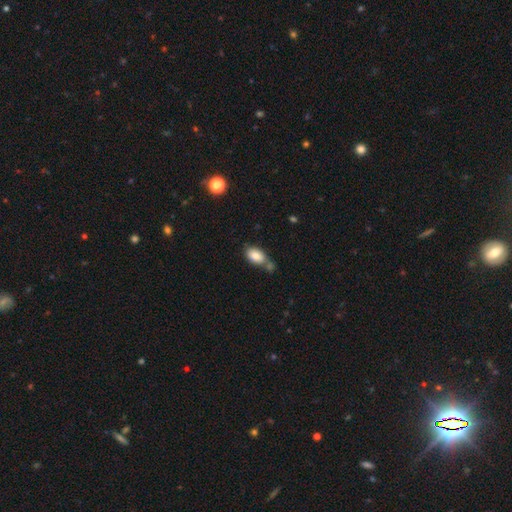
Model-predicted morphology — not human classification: type=smooth (84%); roundness=in between (91%); merging=none (54%).